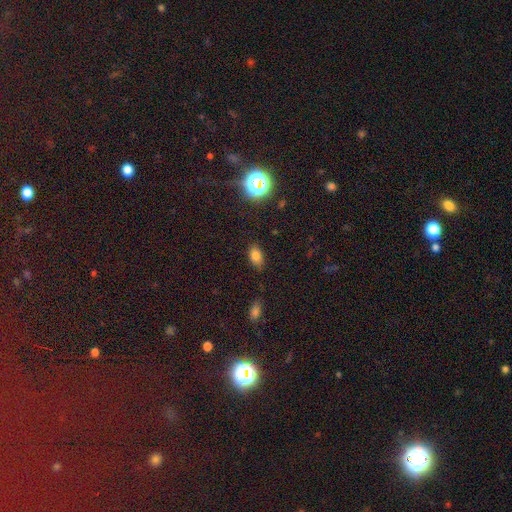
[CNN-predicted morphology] Smooth or featured? Predicted: smooth (p=0.77). How rounded? Predicted: in between (p=0.87). Merging? Predicted: none (p=0.83).